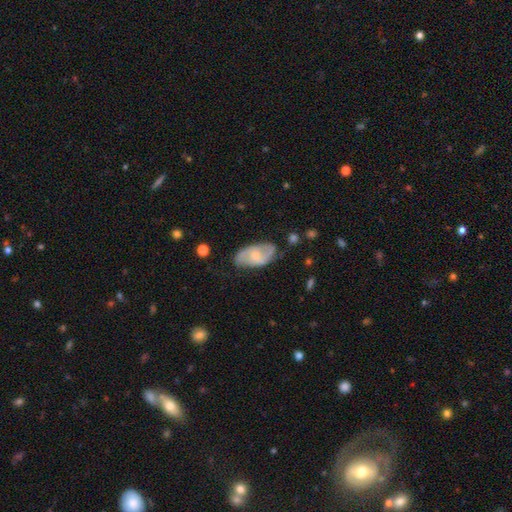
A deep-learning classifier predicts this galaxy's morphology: This is possibly a featured or disk galaxy (60%). It is clearly not viewed edge-on (94%). Bar: likely no (62%). Spiral arm pattern: likely yes (78%). Central bulge: likely small (61%). Merging: likely none (67%).